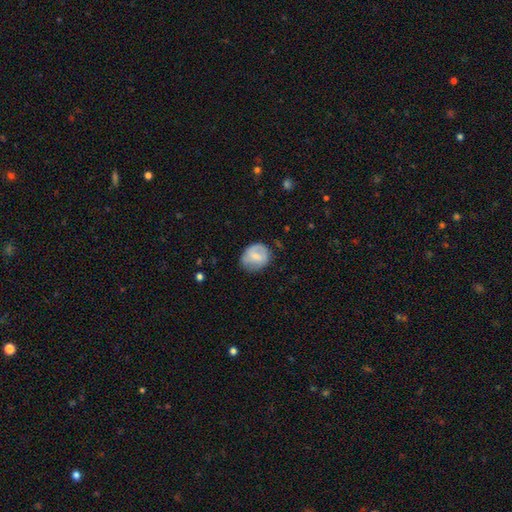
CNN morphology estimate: smooth 61%, featured or disk 31%, star or artifact 7%. Down the decision tree: how rounded — round (63%); merging — none (64%).